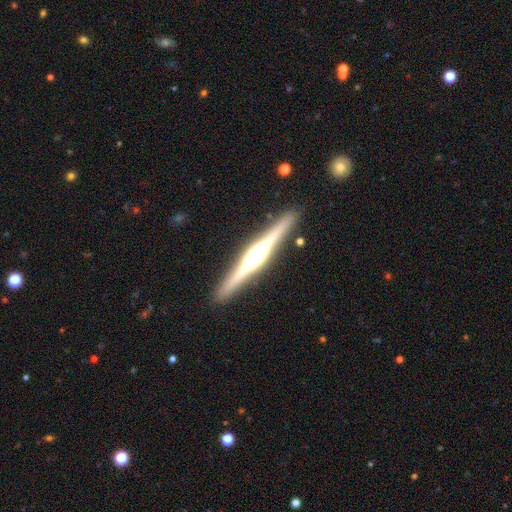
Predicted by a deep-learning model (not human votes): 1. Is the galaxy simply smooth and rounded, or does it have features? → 83% featured or disk, 12% smooth, 5% star or artifact.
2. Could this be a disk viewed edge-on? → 98% yes, 2% no.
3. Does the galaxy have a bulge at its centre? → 80% rounded, 15% boxy, 4% none.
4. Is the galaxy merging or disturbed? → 91% none, 6% minor disturbance, 1% major disturbance, 1% merger.